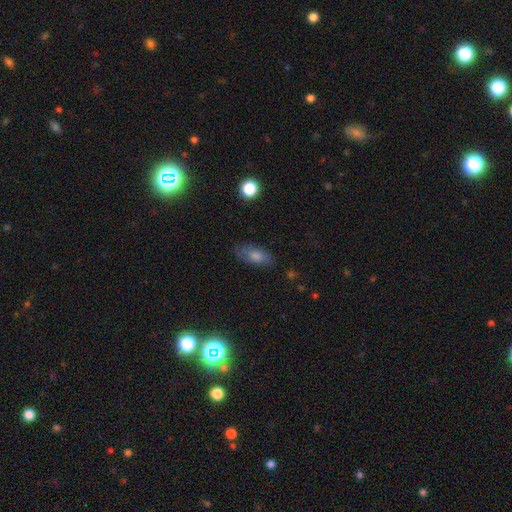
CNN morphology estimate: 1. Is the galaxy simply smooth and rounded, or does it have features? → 64% smooth, 20% featured or disk, 16% star or artifact.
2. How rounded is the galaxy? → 82% in between, 12% cigar-shaped, 6% round.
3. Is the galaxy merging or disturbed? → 79% none, 16% minor disturbance, 4% major disturbance, 1% merger.